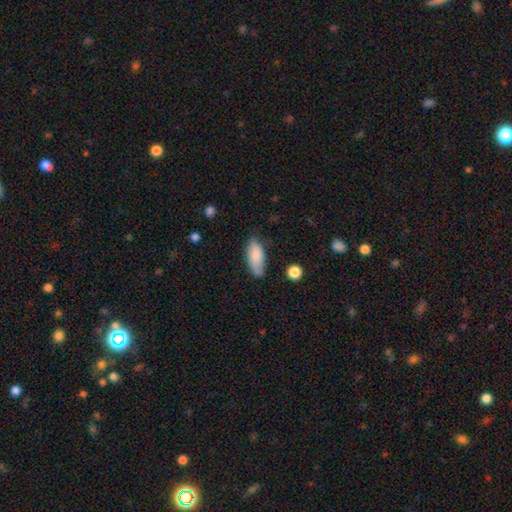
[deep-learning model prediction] The model was most divided on "merging": none: 70%, minor disturbance: 23%, major disturbance: 4%, merger: 3%. More confident: how rounded — in between (85%); smooth or featured — smooth (83%).